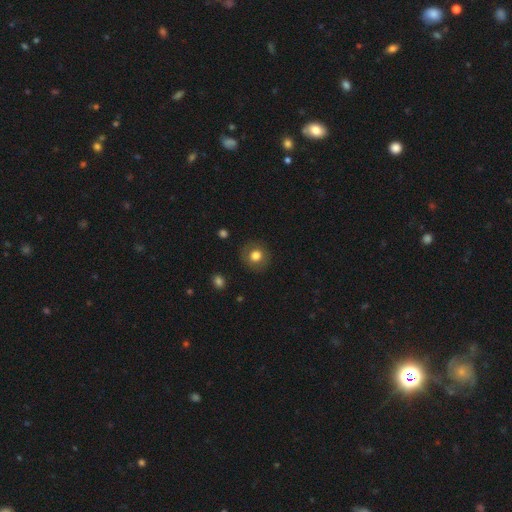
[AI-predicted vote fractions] A smooth galaxy with no disk features (77%) that is round (88%). Merging: none (87%).